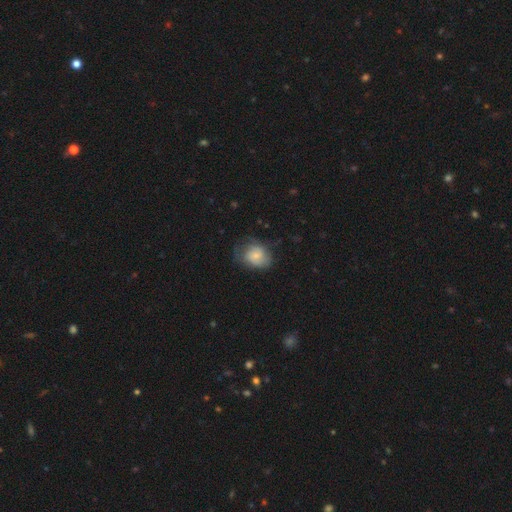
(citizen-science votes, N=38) Q: Smooth or featured?
A: smooth (66%); runner-up: featured or disk (26%)
Q: How rounded?
A: in between (56%); runner-up: round (44%)
Q: Merging?
A: minor disturbance (49%); runner-up: none (34%)